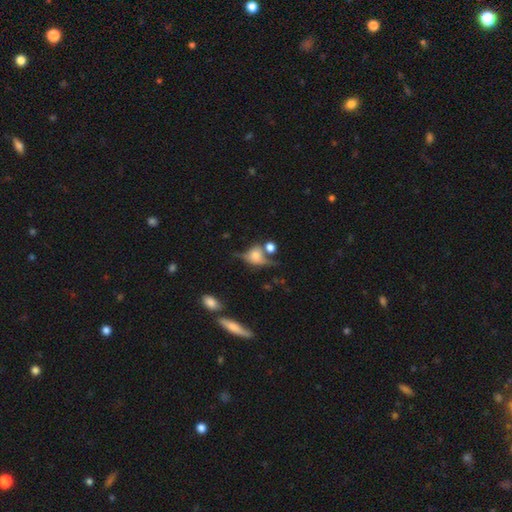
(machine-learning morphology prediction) Smooth or featured: featured or disk — 46% (smooth — 42%)
Merging: none — 45% (minor disturbance — 20%)